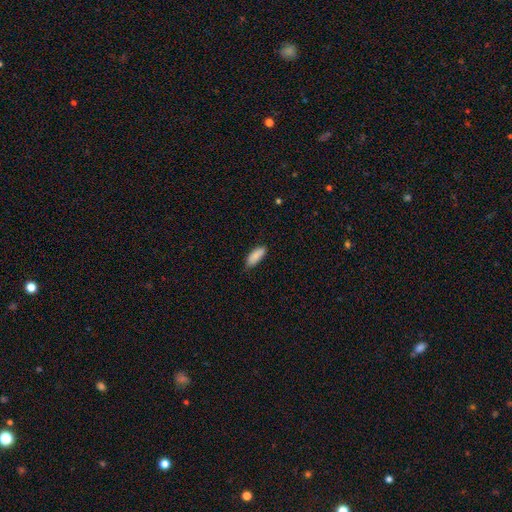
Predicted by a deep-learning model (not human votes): smooth_or_featured: smooth (p=0.88) [alt: star or artifact p=0.07]
how_rounded: in between (p=0.73) [alt: cigar-shaped p=0.25]
merging: none (p=0.74) [alt: minor disturbance p=0.22]